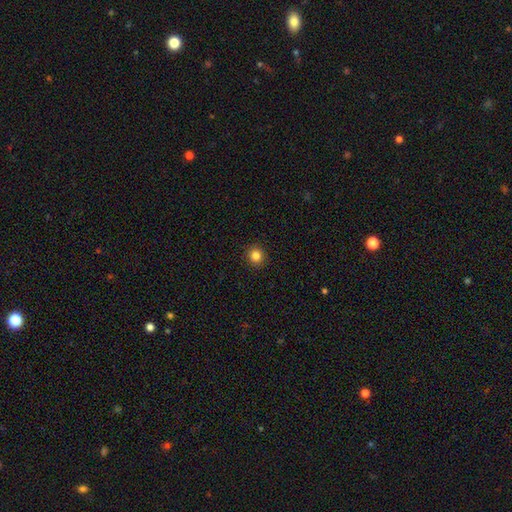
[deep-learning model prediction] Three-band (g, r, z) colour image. It shows a smooth galaxy with no disk features (84%) that is round (93%). Merging: none (92%).